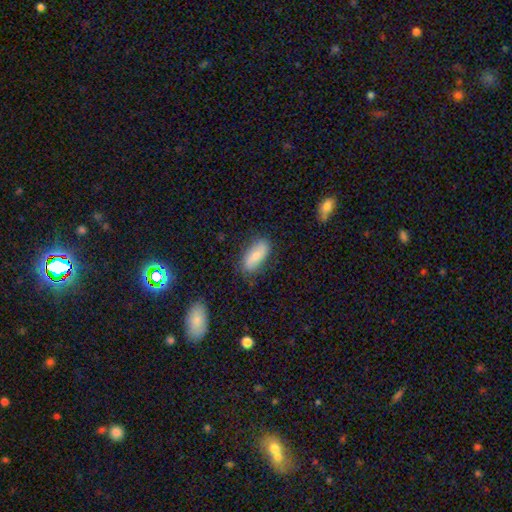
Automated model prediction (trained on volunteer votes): Smooth or featured? smooth (70%)
How rounded? in between (83%)
Merging? none (79%)